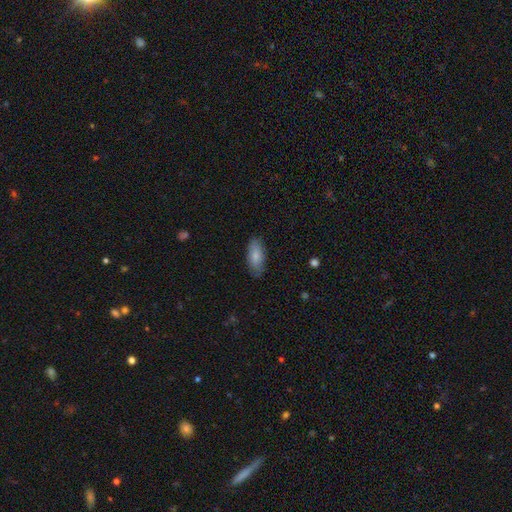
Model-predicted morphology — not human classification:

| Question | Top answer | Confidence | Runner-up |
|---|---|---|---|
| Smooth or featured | smooth | 81% | featured or disk (14%) |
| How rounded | in between | 85% | cigar-shaped (13%) |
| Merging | none | 83% | minor disturbance (14%) |